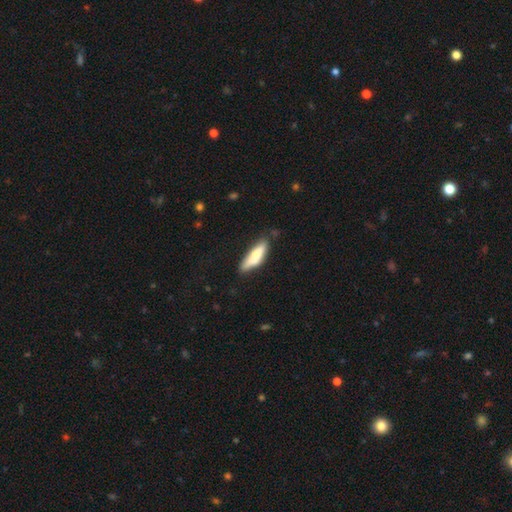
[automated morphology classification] Smooth or featured: smooth — 70% (featured or disk — 24%)
How rounded: cigar-shaped — 57% (in between — 41%)
Merging: none — 62% (minor disturbance — 26%)